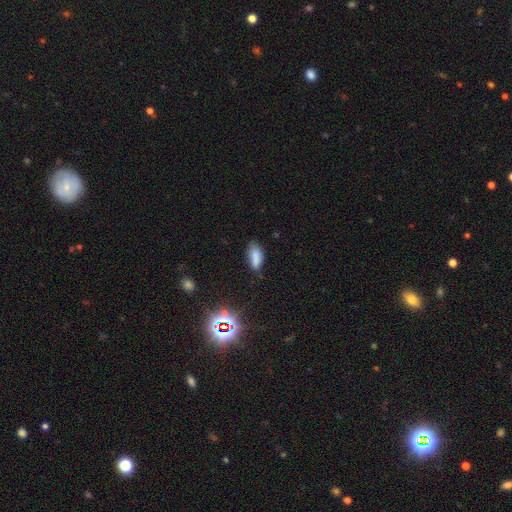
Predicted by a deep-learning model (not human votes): A smooth galaxy with no disk features (78%) that is in between round and cigar-shaped (84%).

Vote fractions:
- Smooth or featured? smooth: 78% / star or artifact: 13% / featured or disk: 9%
- How rounded? in between: 84% / cigar-shaped: 13% / round: 3%
- Merging? none: 58% / minor disturbance: 30% / major disturbance: 8% / merger: 5%